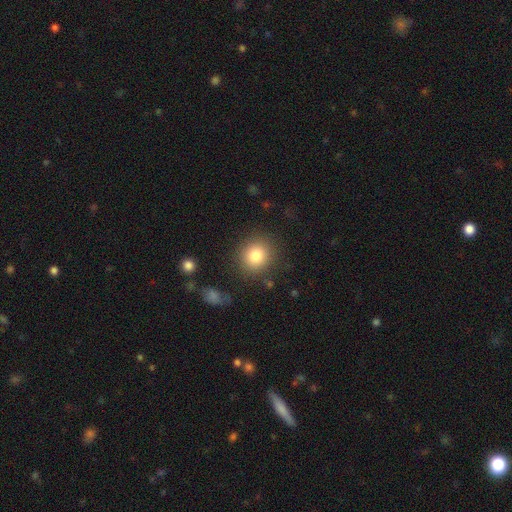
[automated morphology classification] This is clearly a smooth galaxy (81%). How rounded: clearly round (85%). Merging: clearly none (86%).